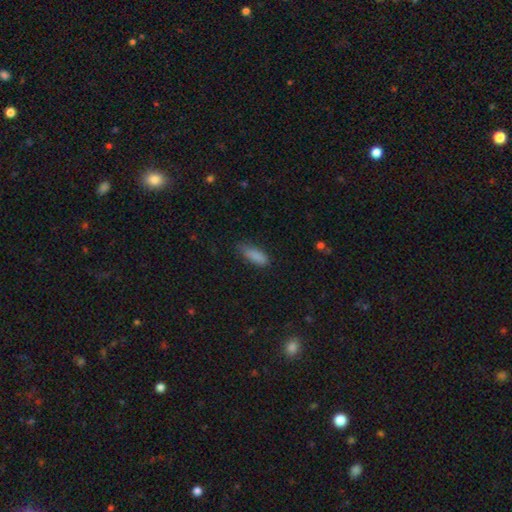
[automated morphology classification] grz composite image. It shows a smooth galaxy with no disk features (86%) that is in between round and cigar-shaped (71%). Merging: none (66%).